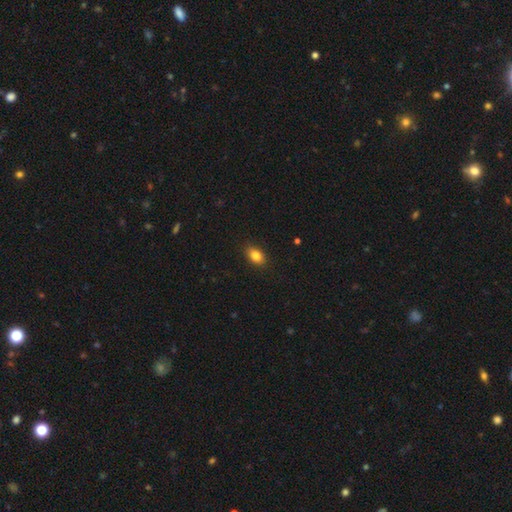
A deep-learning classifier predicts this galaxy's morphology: Overall: smooth (84%). How rounded: in between (84%). Merging: none (87%).